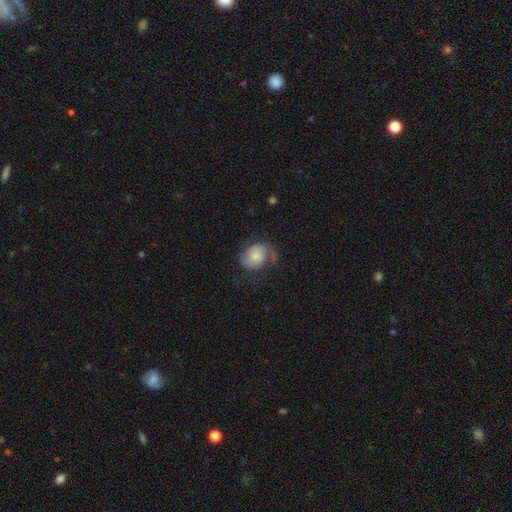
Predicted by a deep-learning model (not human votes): Smooth or featured?
  - featured or disk: 56% *
  - smooth: 36%
  - star or artifact: 8%
Edge-on disk?
  - no: 97% *
  - yes: 3%
Bar?
  - no: 70% *
  - weak: 26%
  - strong: 4%
Spiral arms?
  - yes: 89% *
  - no: 11%
Bulge size?
  - small: 42% *
  - moderate: 36%
  - large: 10%
  - none: 9%
  - dominant: 3%
Merging?
  - none: 52% *
  - minor disturbance: 25%
  - major disturbance: 21%
  - merger: 2%